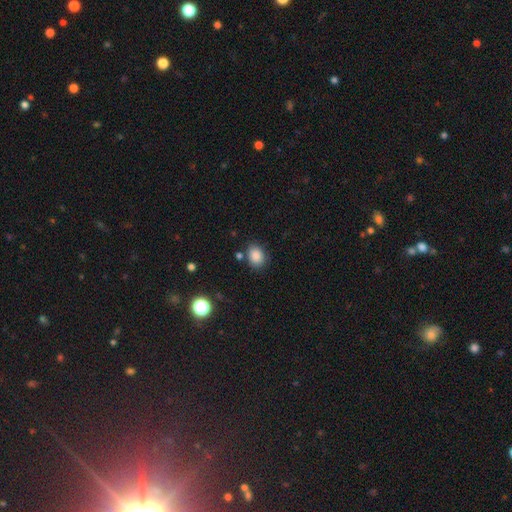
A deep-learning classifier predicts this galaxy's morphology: This appears to be a smooth galaxy with no disk features (87%) that is in between round and cigar-shaped (57%). Merging: none (79%).